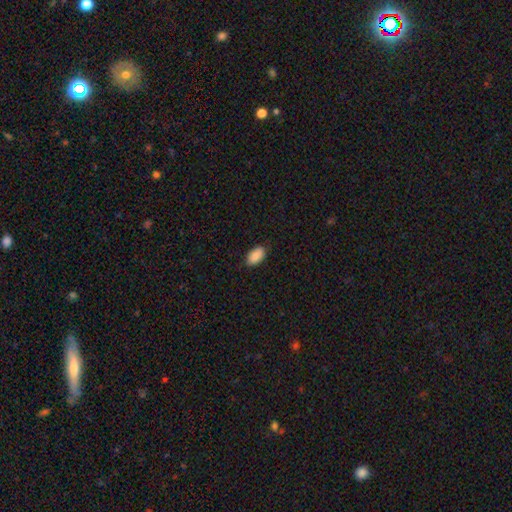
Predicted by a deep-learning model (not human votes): A smooth galaxy with no disk features (89%) that is in between round and cigar-shaped (94%). Merging: none (82%).